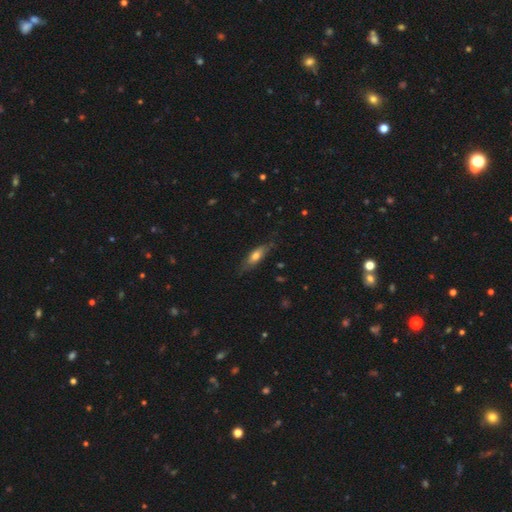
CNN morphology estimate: smooth 62%, featured or disk 31%, star or artifact 7%. Down the decision tree: how rounded — in between (57%); merging — none (71%).